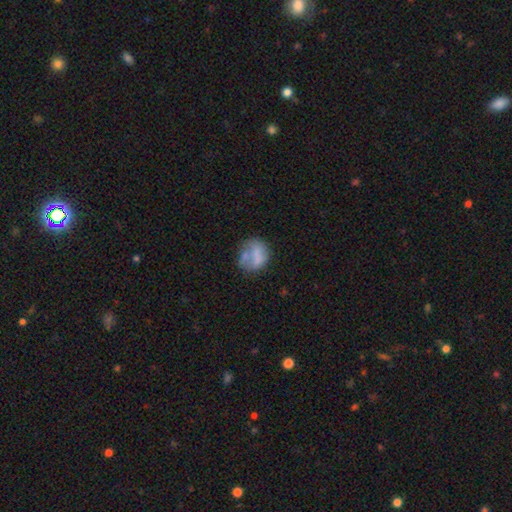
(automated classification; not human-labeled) A smooth galaxy with no disk features (59%) that is round (69%).

Vote fractions:
- Smooth or featured? smooth: 59% / featured or disk: 31% / star or artifact: 10%
- How rounded? round: 69% / in between: 30% / cigar-shaped: 1%
- Merging? none: 43% / minor disturbance: 23% / major disturbance: 18% / merger: 16%